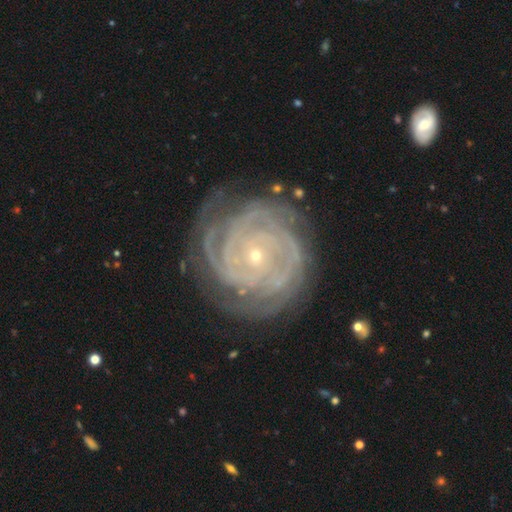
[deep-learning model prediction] Q: Smooth or featured?
A: featured or disk (89%); runner-up: star or artifact (6%)
Q: Edge-on disk?
A: no (97%); runner-up: yes (3%)
Q: Bar?
A: no (75%); runner-up: weak (17%)
Q: Spiral arms?
A: yes (97%); runner-up: no (3%)
Q: Spiral winding?
A: tight (83%); runner-up: medium (14%)
Q: Spiral arm count?
A: 4 (25%); runner-up: can't tell (22%)
Q: Bulge size?
A: small (87%); runner-up: moderate (10%)
Q: Merging?
A: none (75%); runner-up: minor disturbance (17%)